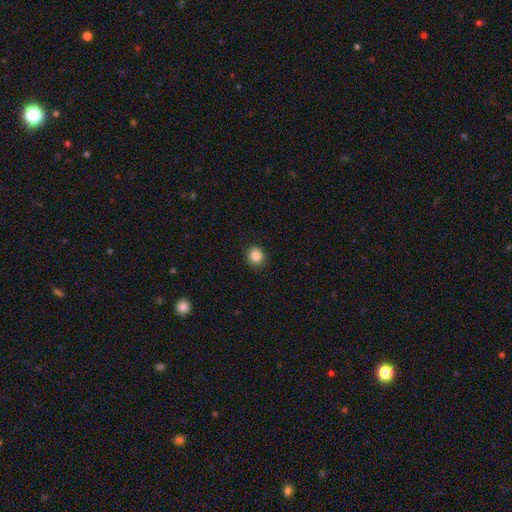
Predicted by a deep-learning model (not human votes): A smooth galaxy with no disk features (87%) that is round (78%).

Vote fractions:
- Smooth or featured? smooth: 87% / star or artifact: 10% / featured or disk: 4%
- How rounded? round: 78% / in between: 21% / cigar-shaped: 1%
- Merging? none: 90% / minor disturbance: 7% / major disturbance: 2% / merger: 1%